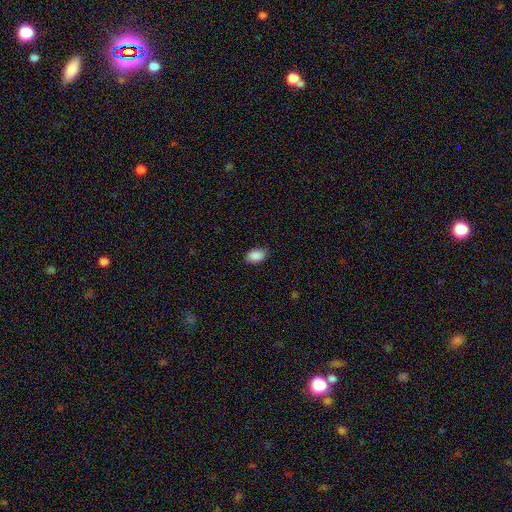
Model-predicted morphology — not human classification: This appears to be a smooth galaxy with no disk features (89%) that is in between round and cigar-shaped (89%). Merging: none (83%).